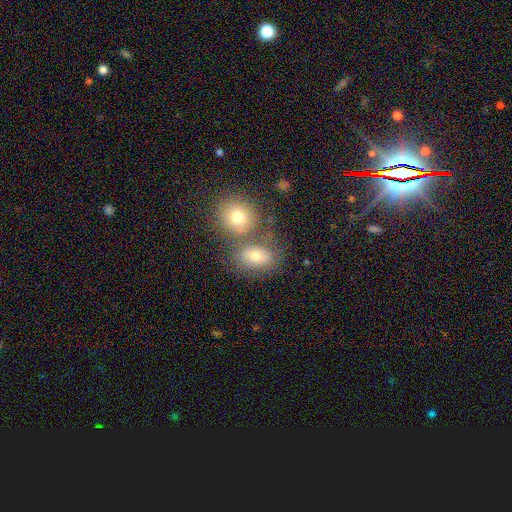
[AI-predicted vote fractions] Smooth or featured? smooth (72%)
How rounded? in between (64%)
Merging? none (50%)